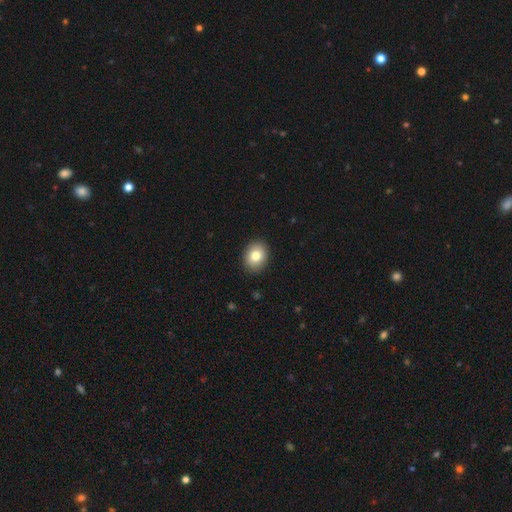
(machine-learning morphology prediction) Smooth or featured? Predicted: smooth (p=0.81). How rounded? Predicted: round (p=0.52). Merging? Predicted: none (p=0.90).